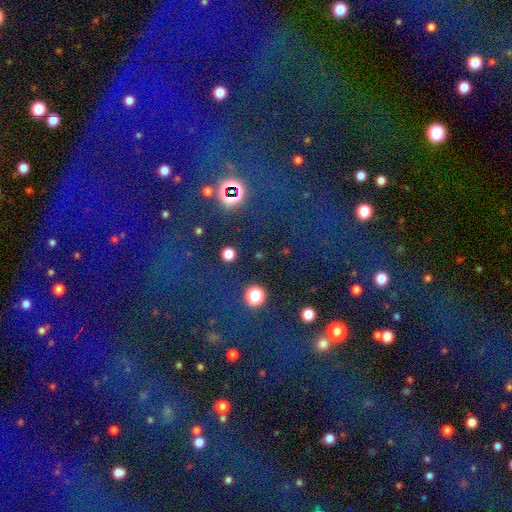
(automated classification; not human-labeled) The model was most divided on "smooth or featured": star or artifact: 83%, smooth: 10%, featured or disk: 7%.